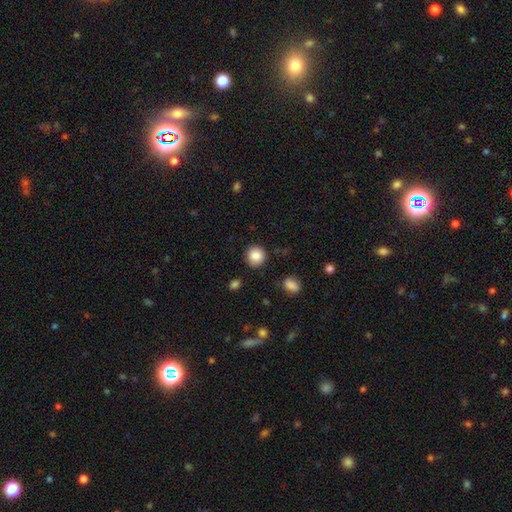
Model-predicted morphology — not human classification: A smooth galaxy with no disk features (86%) that is round (91%). Merging: none (86%).